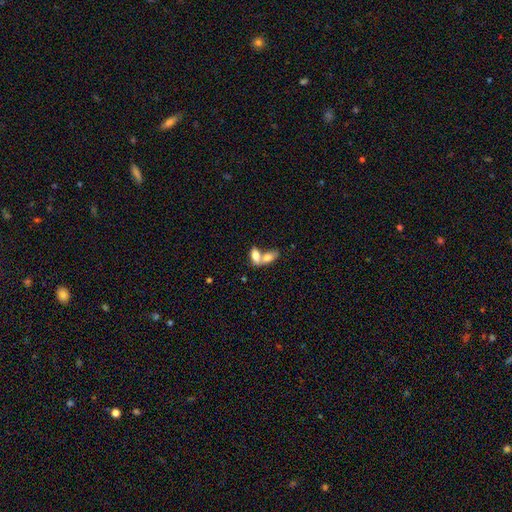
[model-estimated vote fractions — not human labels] smooth_or_featured: smooth (p=0.76) [alt: featured or disk p=0.18]
how_rounded: in between (p=0.87) [alt: cigar-shaped p=0.07]
merging: merger (p=0.70) [alt: none p=0.20]